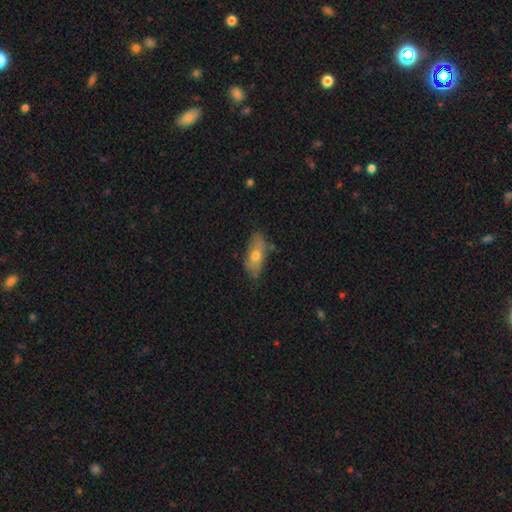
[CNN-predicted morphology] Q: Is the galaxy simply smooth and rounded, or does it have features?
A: smooth — 62%.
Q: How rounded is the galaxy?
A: in between — 78%.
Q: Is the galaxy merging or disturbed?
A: none — 71%.